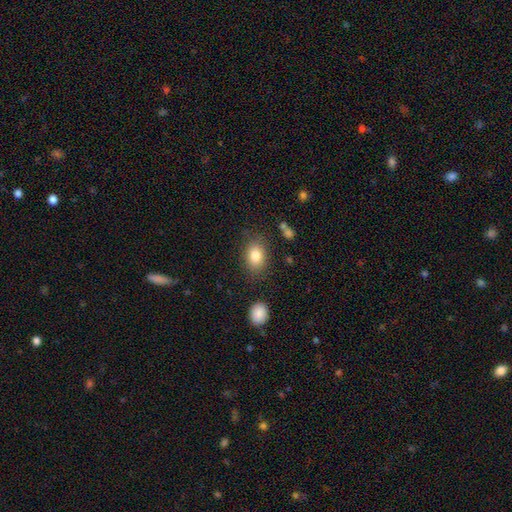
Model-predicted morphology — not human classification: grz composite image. It shows a smooth galaxy with no disk features (83%) that is in between round and cigar-shaped (72%). Merging: none (79%).